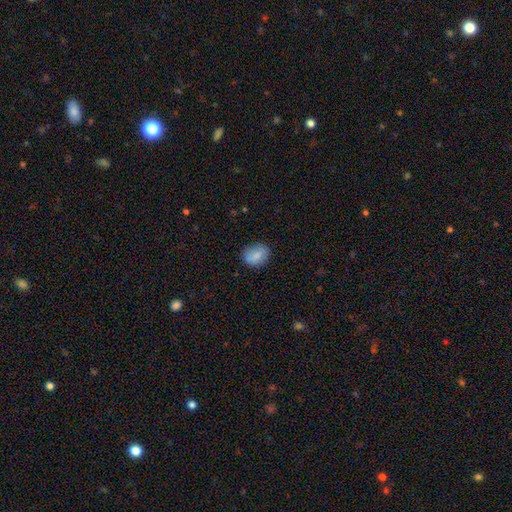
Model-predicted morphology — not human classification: smooth-or-featured: smooth: 83% | featured or disk: 9% | star or artifact: 8%
  how-rounded: in between: 59% | round: 40% | cigar-shaped: 1%
  merging: none: 81% | minor disturbance: 15% | major disturbance: 3% | merger: 1%